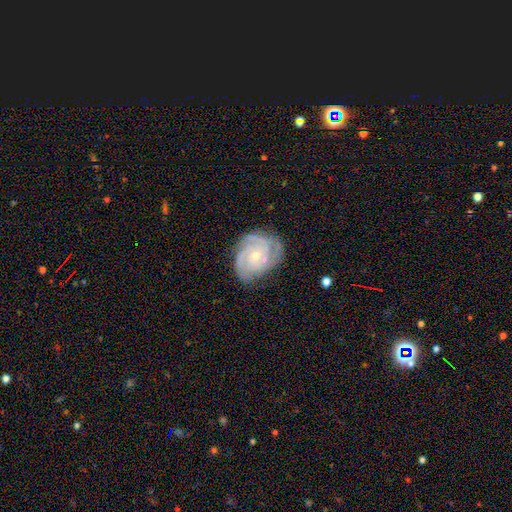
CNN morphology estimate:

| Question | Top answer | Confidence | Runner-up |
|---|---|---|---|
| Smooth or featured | featured or disk | 88% | smooth (7%) |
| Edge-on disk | no | 98% | yes (2%) |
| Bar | no | 73% | weak (23%) |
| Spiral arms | yes | 98% | no (2%) |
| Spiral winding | tight | 70% | medium (26%) |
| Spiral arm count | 3 | 49% | 4 (15%) |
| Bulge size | small | 70% | moderate (26%) |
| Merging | none | 72% | minor disturbance (20%) |